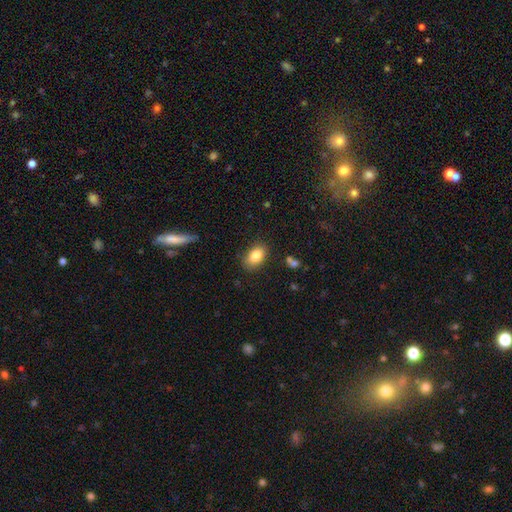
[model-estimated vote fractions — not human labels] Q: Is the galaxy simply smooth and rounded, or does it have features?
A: smooth — 84%.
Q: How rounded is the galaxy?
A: in between — 88%.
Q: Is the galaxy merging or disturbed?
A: none — 83%.